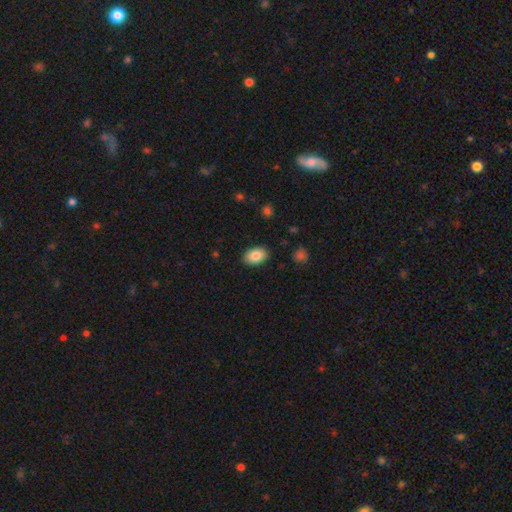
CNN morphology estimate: Smooth or featured? smooth (85%)
How rounded? in between (88%)
Merging? none (88%)